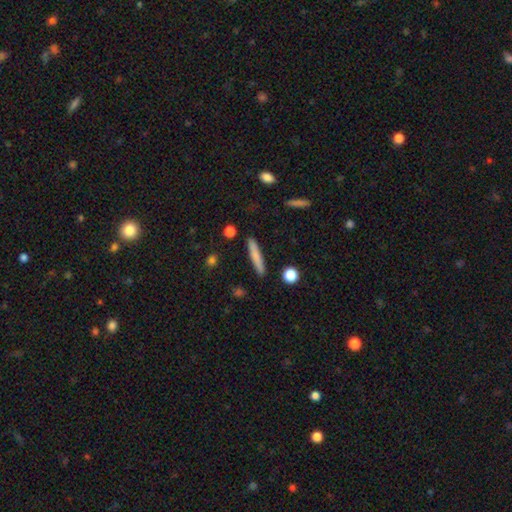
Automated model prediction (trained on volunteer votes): The model was most divided on "smooth or featured": smooth: 75%, featured or disk: 18%, star or artifact: 7%. More confident: how rounded — cigar-shaped (93%); merging — none (89%).